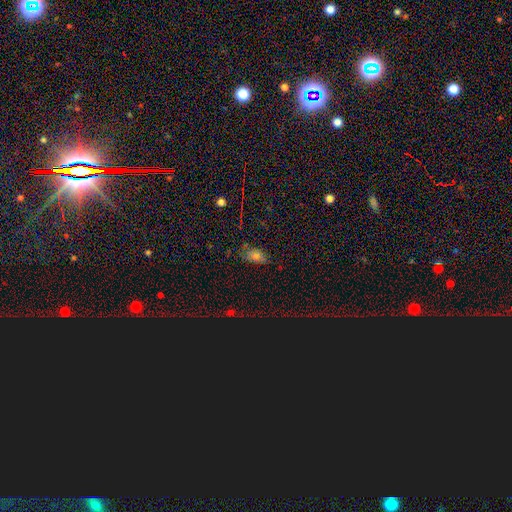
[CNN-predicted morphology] Q: Smooth or featured?
A: smooth (62%); runner-up: star or artifact (22%)
Q: How rounded?
A: in between (85%); runner-up: round (12%)
Q: Merging?
A: none (66%); runner-up: minor disturbance (23%)